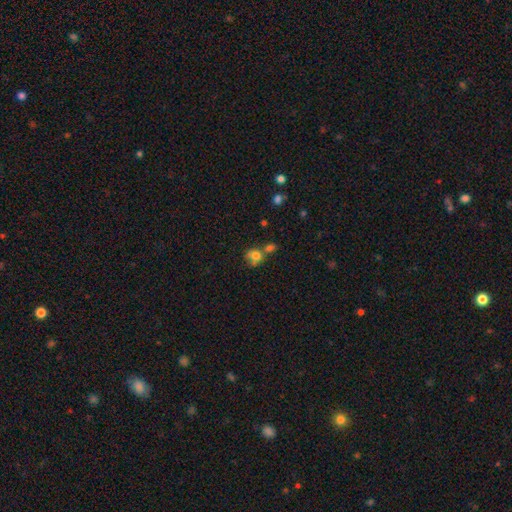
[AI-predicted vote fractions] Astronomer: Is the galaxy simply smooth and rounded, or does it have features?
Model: smooth — 72%.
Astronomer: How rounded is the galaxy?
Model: round — 66%.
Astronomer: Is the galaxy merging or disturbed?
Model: merger — 45% (runner-up: none, 33%).